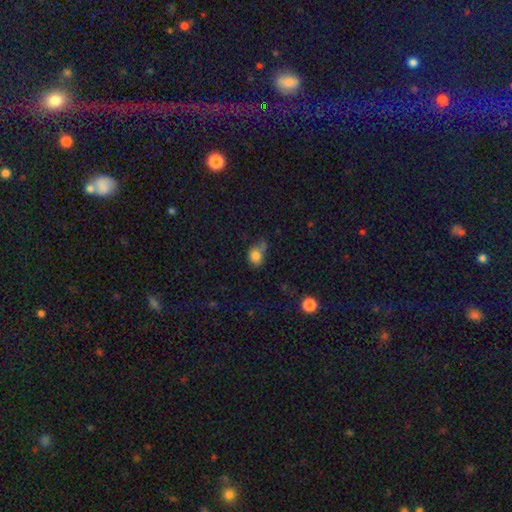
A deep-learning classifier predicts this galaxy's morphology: Smooth or featured? smooth (80%)
How rounded? in between (51%)
Merging? none (42%)